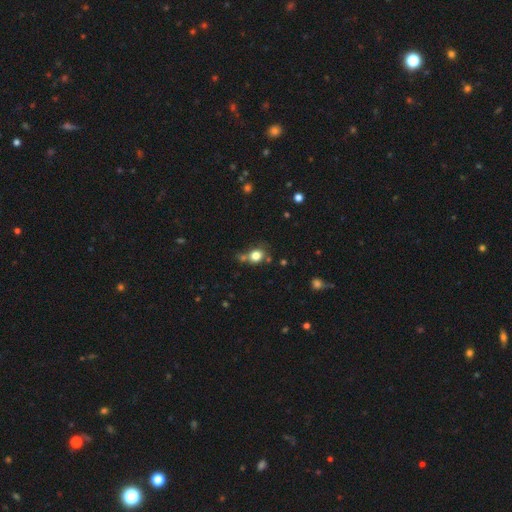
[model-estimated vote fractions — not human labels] smooth_or_featured: smooth (p=0.80) [alt: star or artifact p=0.13]
how_rounded: round (p=0.68) [alt: in between p=0.31]
merging: none (p=0.59) [alt: merger p=0.18]